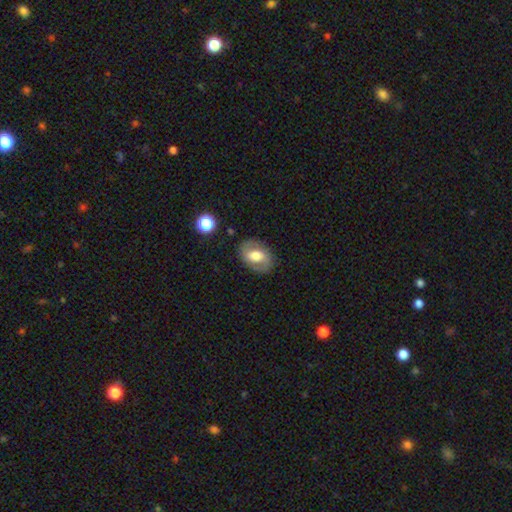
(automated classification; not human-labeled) Smooth or featured? featured or disk (53%)
Edge-on disk? no (95%)
Bar? no (43%)
Spiral arms? yes (65%)
Bulge size? moderate (47%)
Merging? none (80%)